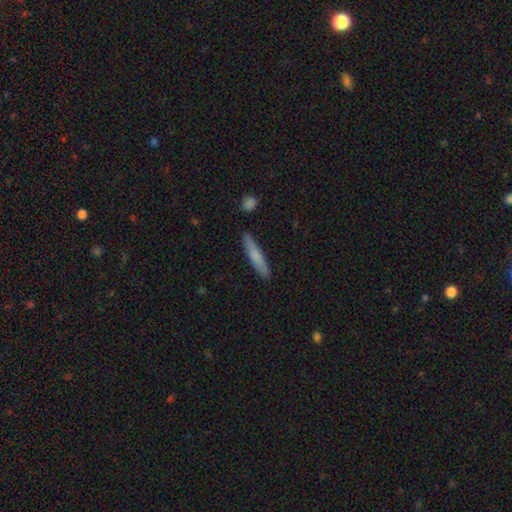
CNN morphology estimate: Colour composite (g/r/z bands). It shows a smooth galaxy with no disk features (70%) that is cigar-shaped (91%). Merging: none (89%).